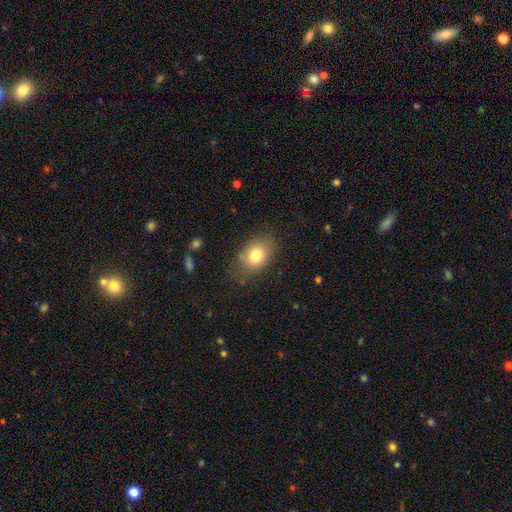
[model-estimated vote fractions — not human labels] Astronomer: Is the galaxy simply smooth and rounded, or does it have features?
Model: smooth — 77%.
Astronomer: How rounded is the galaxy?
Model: in between — 72%.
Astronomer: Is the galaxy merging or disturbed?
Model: none — 74%.